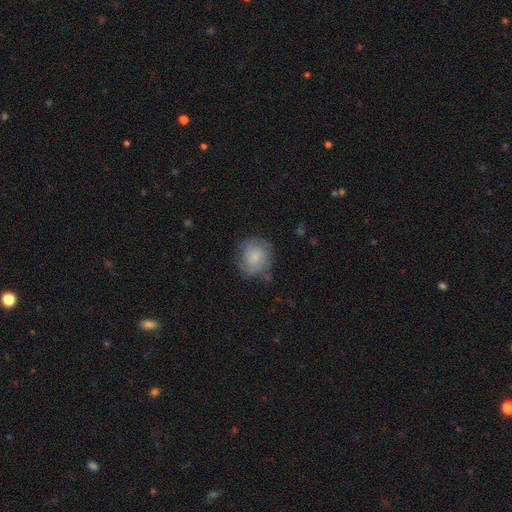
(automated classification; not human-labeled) Q: Smooth or featured?
A: smooth (64%); runner-up: featured or disk (28%)
Q: How rounded?
A: round (78%); runner-up: in between (21%)
Q: Merging?
A: none (66%); runner-up: minor disturbance (24%)